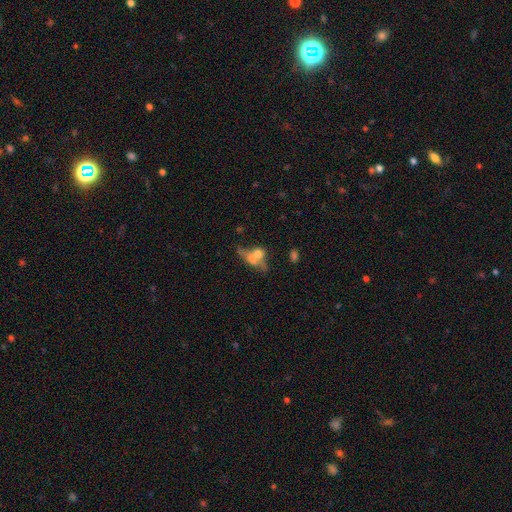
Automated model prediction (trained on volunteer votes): Smooth or featured? smooth (52%)
How rounded? in between (56%)
Merging? merger (52%)